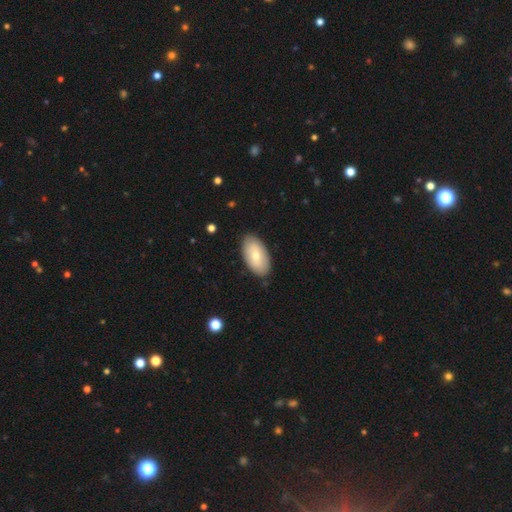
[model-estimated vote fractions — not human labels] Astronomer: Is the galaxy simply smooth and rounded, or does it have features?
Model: smooth — 68%.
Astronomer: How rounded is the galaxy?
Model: in between — 95%.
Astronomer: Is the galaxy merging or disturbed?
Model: none — 86%.